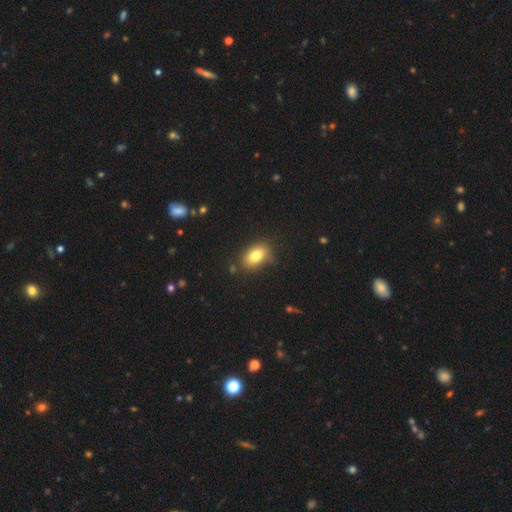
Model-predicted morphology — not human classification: Smooth or featured? smooth (80%)
How rounded? in between (84%)
Merging? none (76%)